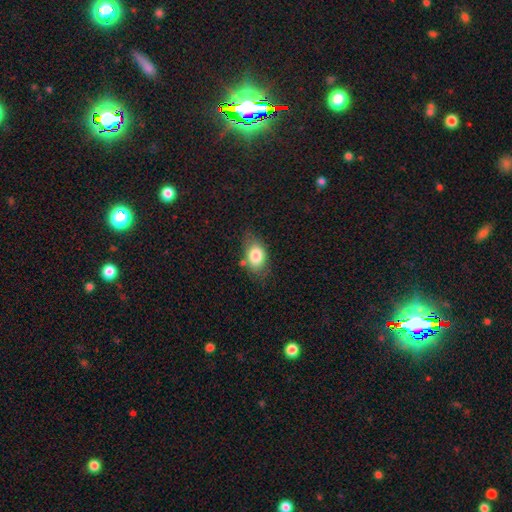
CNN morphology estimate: The model was most divided on "merging": none: 68%, minor disturbance: 21%, major disturbance: 6%, merger: 5%. More confident: smooth or featured — smooth (80%); how rounded — in between (80%).